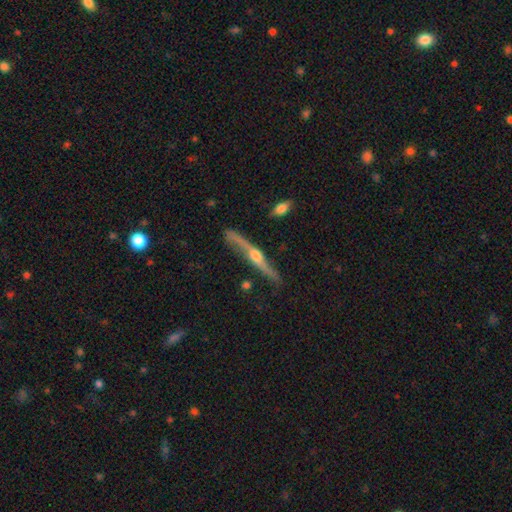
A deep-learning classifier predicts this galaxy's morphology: Smooth or featured? Predicted: featured or disk (p=0.82). Edge-on disk? Predicted: yes (p=0.88). Edge-on bulge? Predicted: rounded (p=0.91). Merging? Predicted: none (p=0.69).